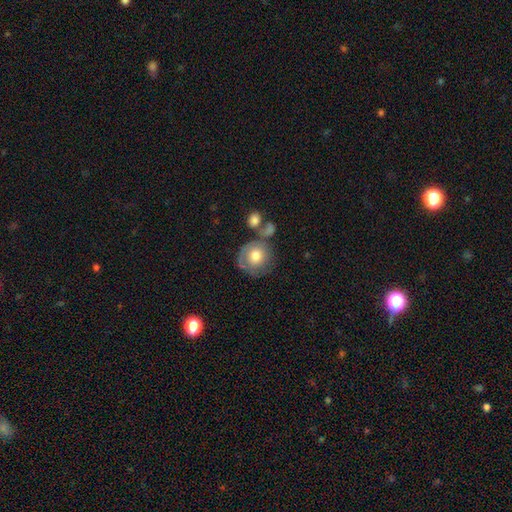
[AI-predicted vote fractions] Overall: smooth (61%; featured or disk 32%). How rounded: round (87%). Merging: none (50%; minor disturbance 19%).